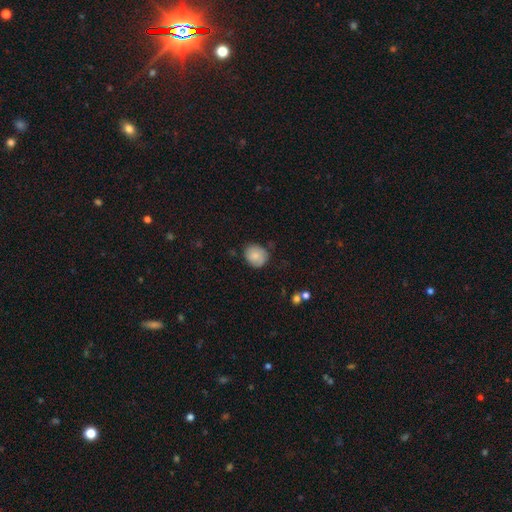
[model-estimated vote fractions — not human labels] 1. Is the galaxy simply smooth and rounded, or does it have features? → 77% smooth, 15% featured or disk, 8% star or artifact.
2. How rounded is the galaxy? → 72% round, 27% in between, 1% cigar-shaped.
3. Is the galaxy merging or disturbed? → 70% none, 24% minor disturbance, 4% major disturbance, 2% merger.